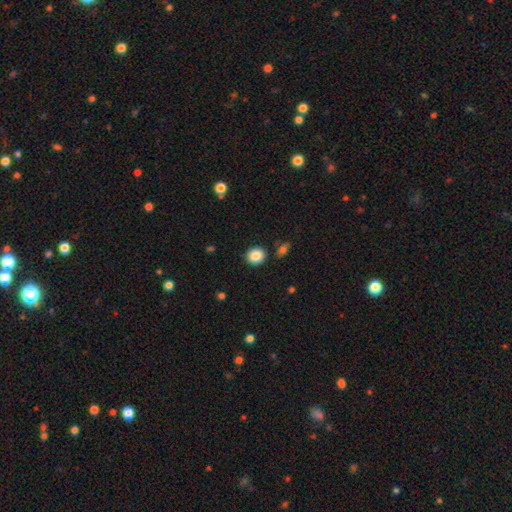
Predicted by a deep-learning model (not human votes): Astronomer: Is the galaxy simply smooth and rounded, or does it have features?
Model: smooth — 86%.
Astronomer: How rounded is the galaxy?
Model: round — 81%.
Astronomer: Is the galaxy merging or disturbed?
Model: none — 88%.